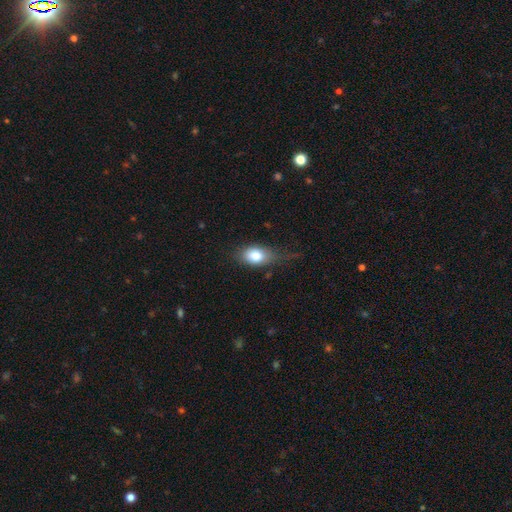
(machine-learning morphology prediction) type=smooth (79%); roundness=in between (80%); merging=none (56%).